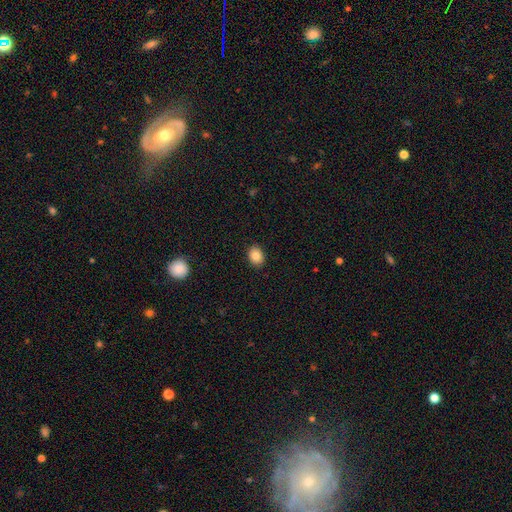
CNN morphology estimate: Overall: smooth (85%). How rounded: in between (68%; round 31%). Merging: none (90%).